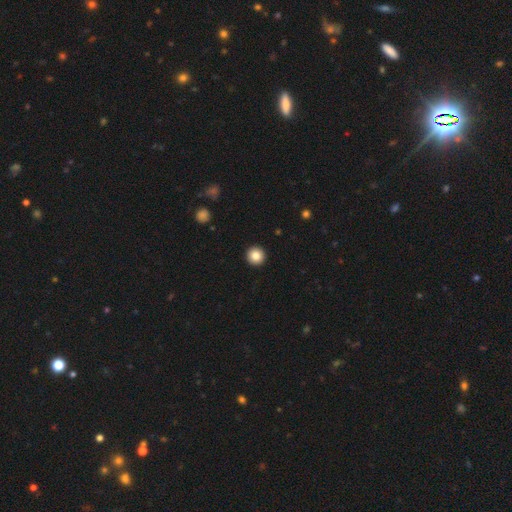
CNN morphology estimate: The model was most divided on "smooth or featured": smooth: 86%, star or artifact: 9%, featured or disk: 5%. More confident: how rounded — round (96%); merging — none (94%).